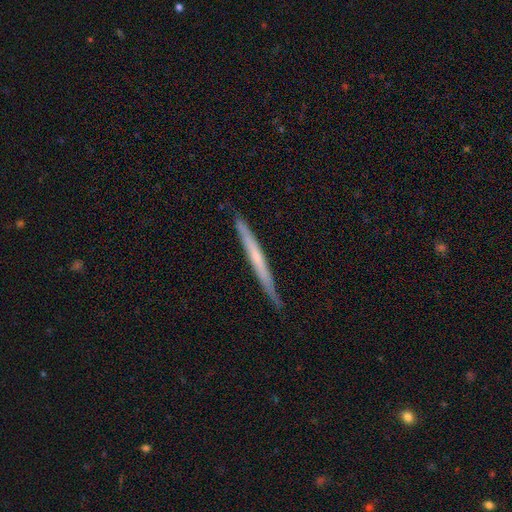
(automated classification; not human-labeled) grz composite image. It shows a featured or disk galaxy (52%) viewed edge-on (96%). Merging: none (86%).